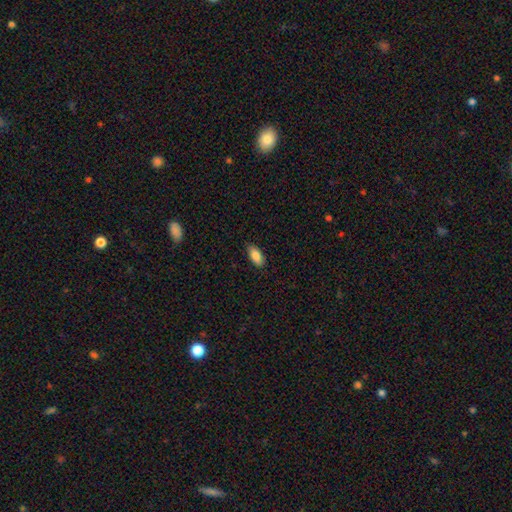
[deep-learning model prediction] Morphology: type=smooth (87%); roundness=in between (89%); merging=none (85%).